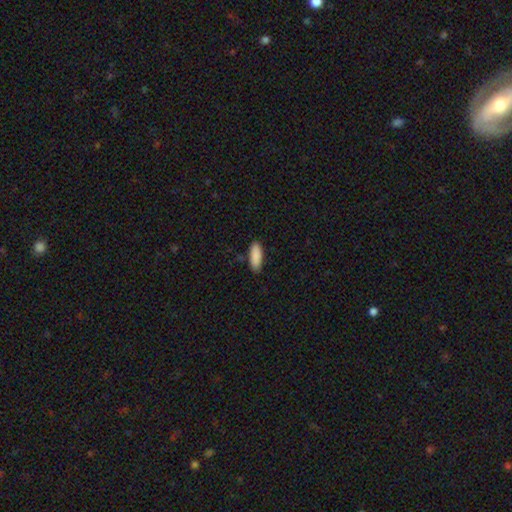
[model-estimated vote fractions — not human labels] Overall: smooth (90%). How rounded: in between (70%). Merging: none (87%).